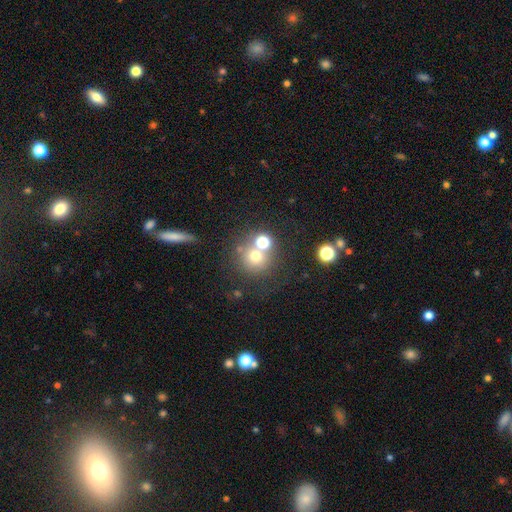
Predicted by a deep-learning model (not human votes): This is likely a smooth galaxy (66%). How rounded: clearly round (90%). Merging: possibly none (57%).